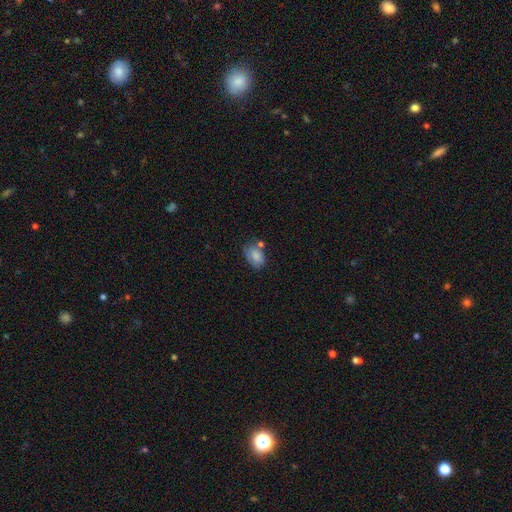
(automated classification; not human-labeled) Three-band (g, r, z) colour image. It shows a smooth galaxy with no disk features (80%) that is in between round and cigar-shaped (83%). Merging: none (54%).